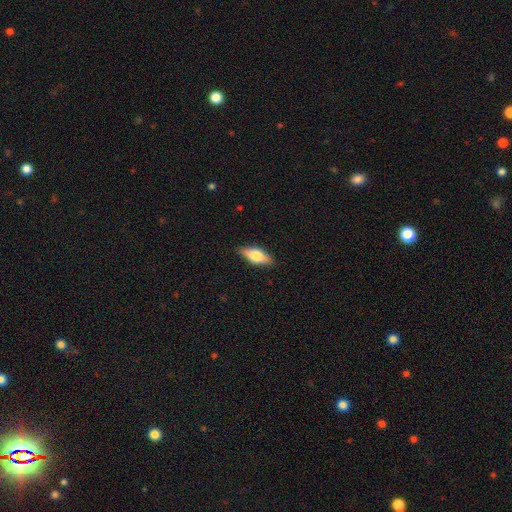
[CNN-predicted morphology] The model was most divided on "smooth or featured": smooth: 62%, featured or disk: 32%, star or artifact: 6%. More confident: merging — none (86%); how rounded — in between (72%).